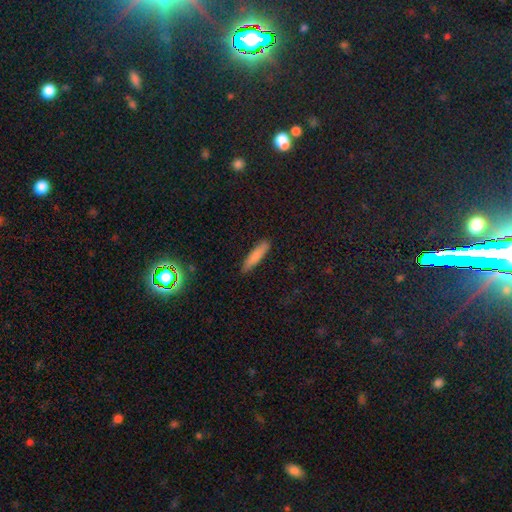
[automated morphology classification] Smooth or featured?
  - smooth: 82% *
  - featured or disk: 11%
  - star or artifact: 7%
How rounded?
  - cigar-shaped: 83% *
  - in between: 16%
  - round: 1%
Merging?
  - none: 87% *
  - minor disturbance: 10%
  - major disturbance: 2%
  - merger: 1%